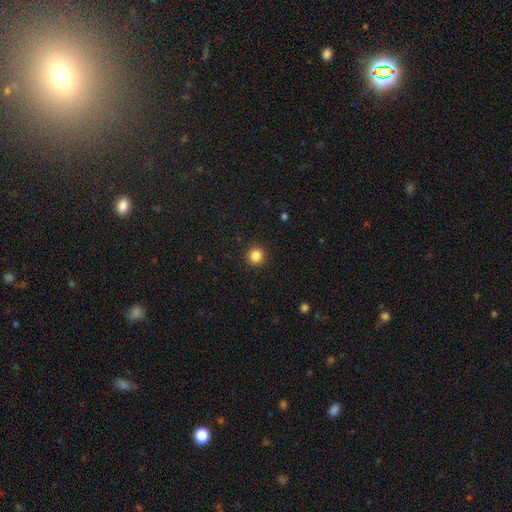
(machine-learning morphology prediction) Smooth or featured: smooth — 85% (star or artifact — 11%)
How rounded: round — 94% (in between — 5%)
Merging: none — 92% (minor disturbance — 5%)